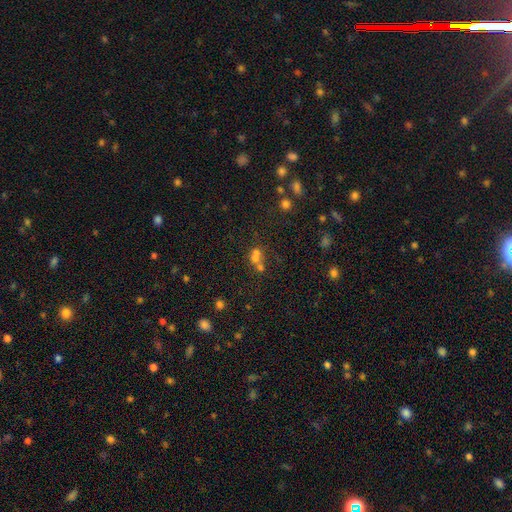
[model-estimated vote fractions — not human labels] smooth-or-featured: smooth: 55% | star or artifact: 26% | featured or disk: 19%
  how-rounded: round: 68% | in between: 30% | cigar-shaped: 2%
  merging: merger: 53% | none: 33% | minor disturbance: 8% | major disturbance: 6%